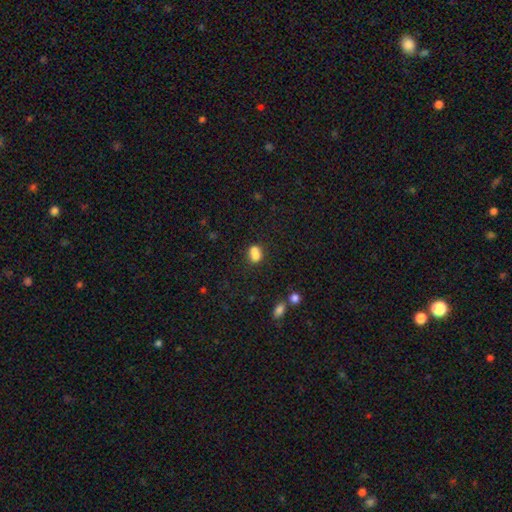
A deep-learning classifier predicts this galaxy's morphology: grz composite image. It shows a smooth galaxy with no disk features (74%) that is round (56%). Merging: merger (60%).